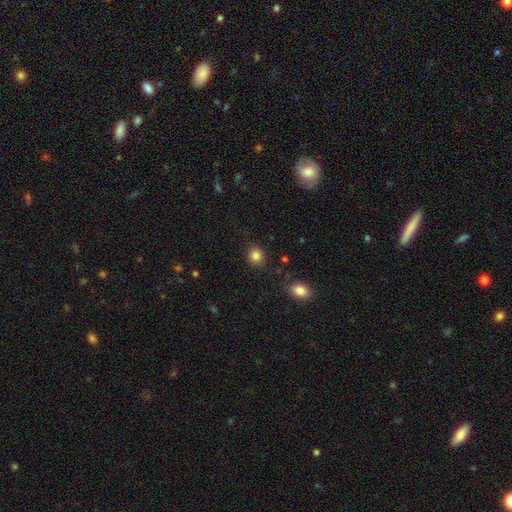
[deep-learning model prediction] smooth_or_featured: smooth (p=0.85) [alt: star or artifact p=0.11]
how_rounded: round (p=0.82) [alt: in between p=0.17]
merging: none (p=0.88) [alt: minor disturbance p=0.07]